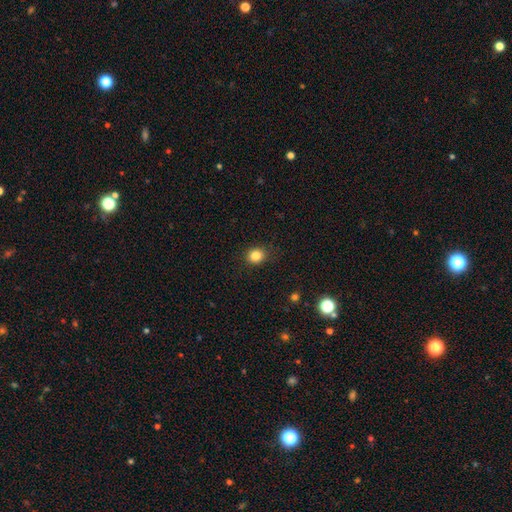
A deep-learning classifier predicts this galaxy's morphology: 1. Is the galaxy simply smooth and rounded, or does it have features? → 84% smooth, 12% star or artifact, 5% featured or disk.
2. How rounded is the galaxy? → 78% round, 21% in between, 1% cigar-shaped.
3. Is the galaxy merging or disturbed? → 88% none, 8% minor disturbance, 2% major disturbance, 1% merger.